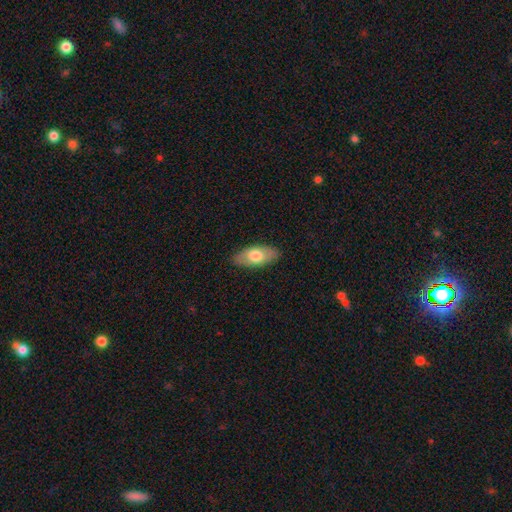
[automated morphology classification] smooth_or_featured: smooth (p=0.67) [alt: featured or disk p=0.27]
how_rounded: in between (p=0.90) [alt: cigar-shaped p=0.07]
merging: none (p=0.85) [alt: minor disturbance p=0.12]